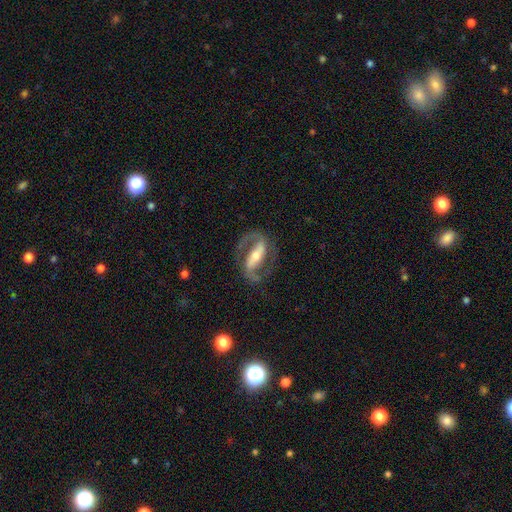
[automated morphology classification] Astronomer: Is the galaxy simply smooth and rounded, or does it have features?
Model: featured or disk — 89%.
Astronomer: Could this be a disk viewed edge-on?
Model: no — 95%.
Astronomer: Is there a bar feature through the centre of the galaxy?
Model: strong — 65%.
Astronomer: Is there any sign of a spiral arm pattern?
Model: yes — 96%.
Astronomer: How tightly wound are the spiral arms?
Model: medium — 56%.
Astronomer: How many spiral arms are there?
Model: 2 — 91%.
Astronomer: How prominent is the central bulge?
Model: moderate — 54% (runner-up: small, 37%).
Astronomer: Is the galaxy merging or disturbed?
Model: none — 78%.